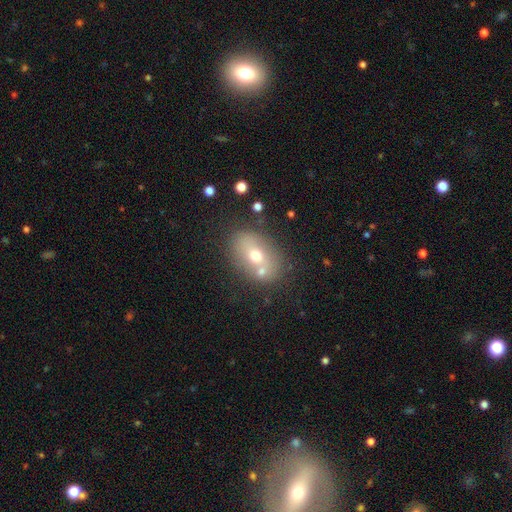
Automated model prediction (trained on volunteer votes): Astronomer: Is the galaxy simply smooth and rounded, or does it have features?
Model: smooth — 58%.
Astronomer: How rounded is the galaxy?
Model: in between — 72%.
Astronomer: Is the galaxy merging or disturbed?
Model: none — 61%.